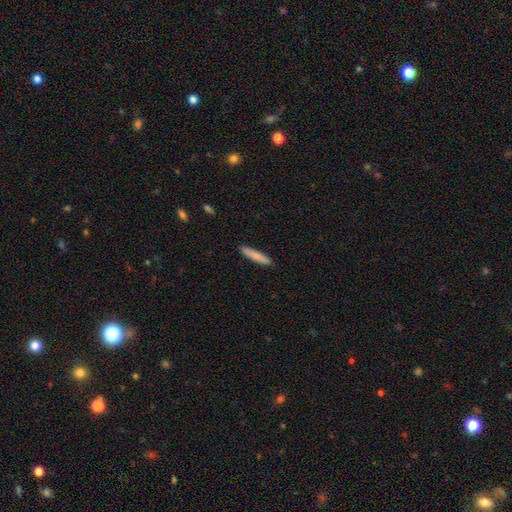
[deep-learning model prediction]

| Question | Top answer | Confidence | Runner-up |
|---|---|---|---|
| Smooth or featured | smooth | 81% | featured or disk (13%) |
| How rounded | cigar-shaped | 92% | in between (7%) |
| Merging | none | 91% | minor disturbance (6%) |